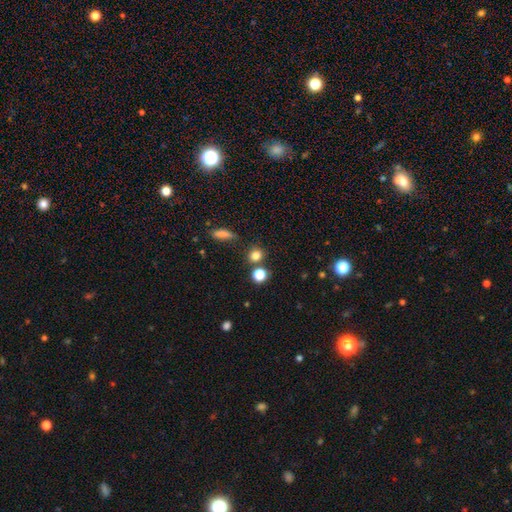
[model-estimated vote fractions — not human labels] Smooth or featured? smooth (78%)
How rounded? round (84%)
Merging? none (73%)